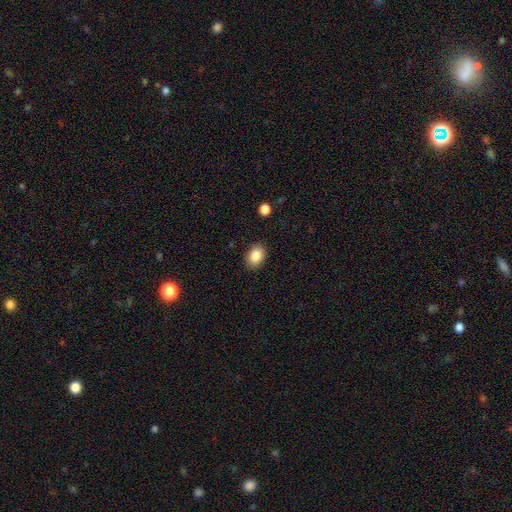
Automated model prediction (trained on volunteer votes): This is clearly a smooth galaxy (86%). How rounded: likely in between (74%). Merging: clearly none (87%).